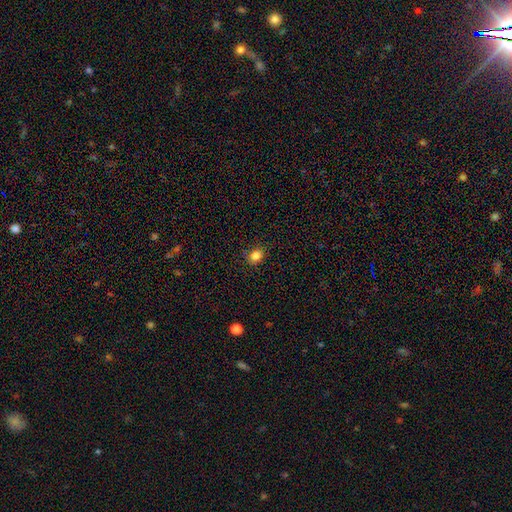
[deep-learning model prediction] A smooth galaxy with no disk features (84%) that is round (53%).

Vote fractions:
- Smooth or featured? smooth: 84% / star or artifact: 12% / featured or disk: 4%
- How rounded? round: 53% / in between: 46% / cigar-shaped: 1%
- Merging? none: 86% / minor disturbance: 10% / major disturbance: 3% / merger: 1%